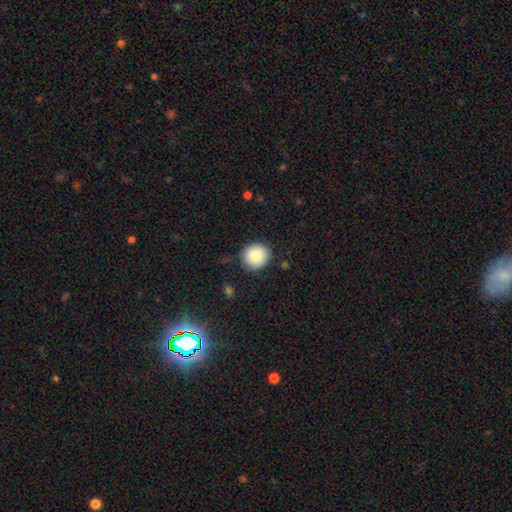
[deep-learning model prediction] A smooth galaxy with no disk features (86%) that is round (91%).

Vote fractions:
- Smooth or featured? smooth: 86% / star or artifact: 8% / featured or disk: 7%
- How rounded? round: 91% / in between: 8% / cigar-shaped: 1%
- Merging? none: 88% / minor disturbance: 9% / major disturbance: 2% / merger: 1%